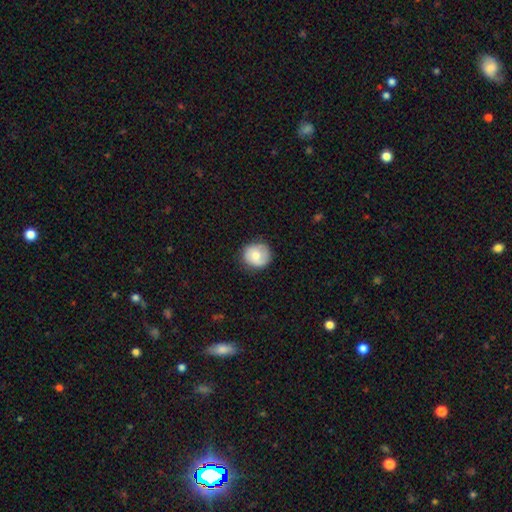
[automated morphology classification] smooth_or_featured: smooth (p=0.69) [alt: featured or disk p=0.23]
how_rounded: round (p=0.87) [alt: in between p=0.12]
merging: none (p=0.77) [alt: minor disturbance p=0.18]